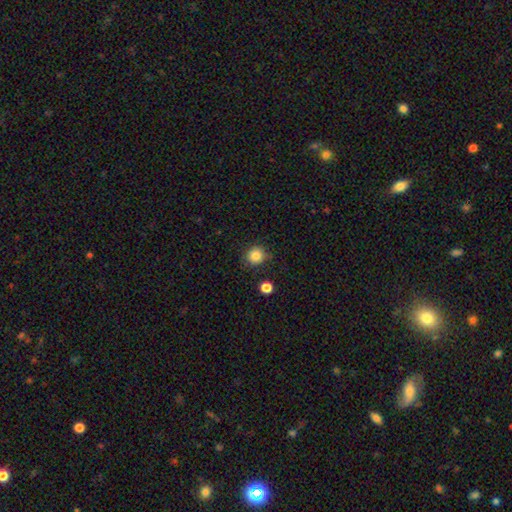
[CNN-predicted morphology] Smooth or featured? Predicted: smooth (p=0.85). How rounded? Predicted: round (p=0.89). Merging? Predicted: none (p=0.82).